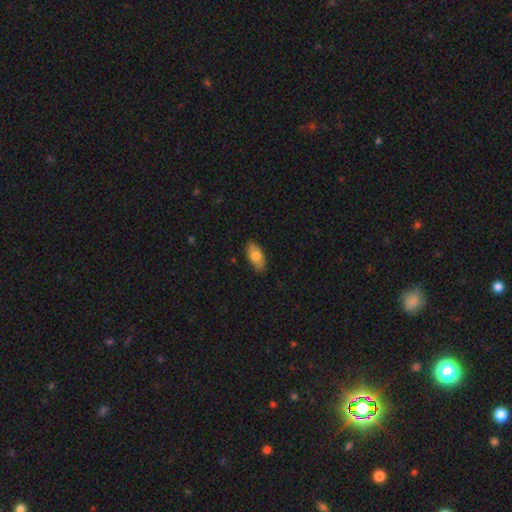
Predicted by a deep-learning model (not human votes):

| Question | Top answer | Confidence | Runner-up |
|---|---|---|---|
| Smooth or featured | smooth | 77% | featured or disk (16%) |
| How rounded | in between | 88% | cigar-shaped (9%) |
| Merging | none | 87% | minor disturbance (10%) |